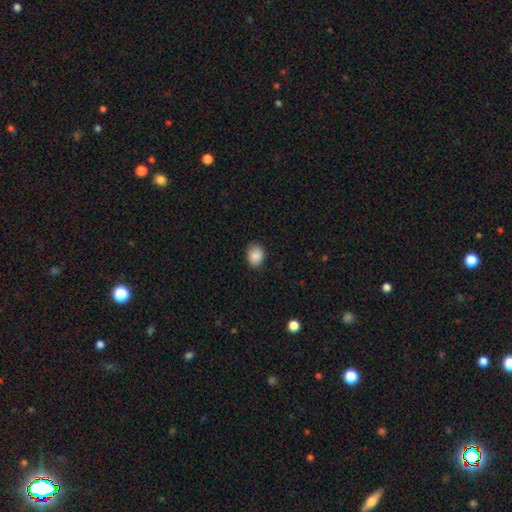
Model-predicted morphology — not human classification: Smooth or featured?
  - smooth: 89% *
  - star or artifact: 8%
  - featured or disk: 4%
How rounded?
  - in between: 57% *
  - round: 42%
  - cigar-shaped: 1%
Merging?
  - none: 85% *
  - minor disturbance: 11%
  - major disturbance: 2%
  - merger: 1%